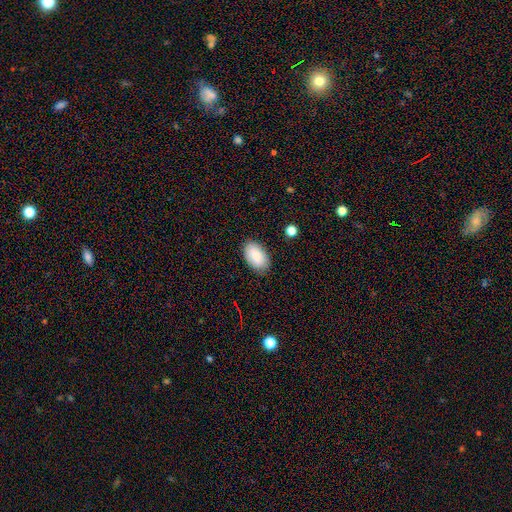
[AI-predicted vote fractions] Smooth or featured: smooth — 86% (featured or disk — 7%)
How rounded: in between — 94% (round — 5%)
Merging: none — 84% (minor disturbance — 12%)